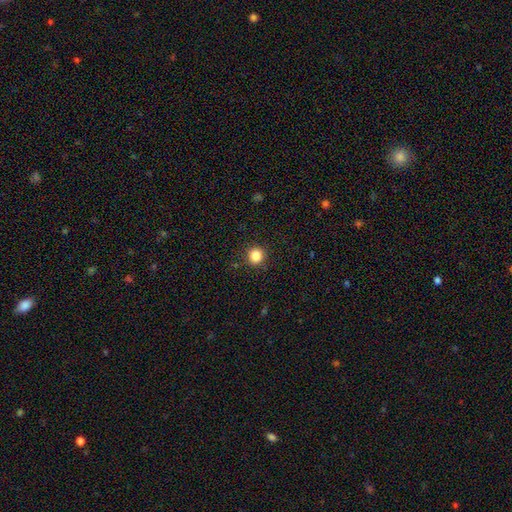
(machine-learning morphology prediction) Smooth or featured? Predicted: smooth (p=0.85). How rounded? Predicted: round (p=0.91). Merging? Predicted: none (p=0.90).